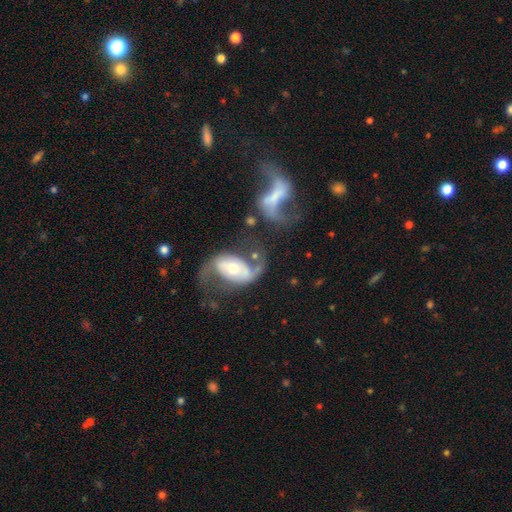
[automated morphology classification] A featured or disk galaxy (79%) with no bar (46%), 2 (86%) loose (63%) spiral arms (85%) and a moderate central bulge (58%). Merging: none (38%).